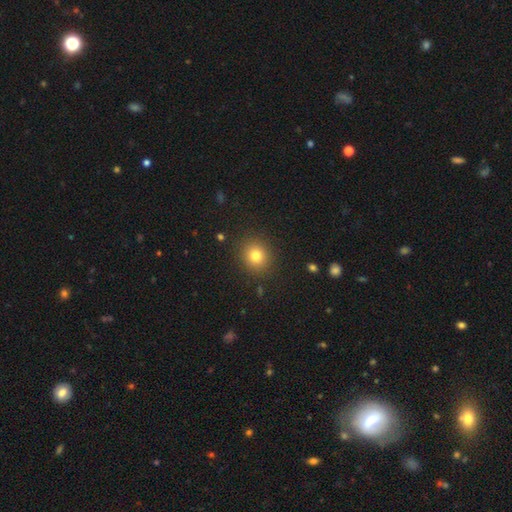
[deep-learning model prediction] A smooth galaxy with no disk features (79%) that is round (84%).

Vote fractions:
- Smooth or featured? smooth: 79% / star or artifact: 13% / featured or disk: 8%
- How rounded? round: 84% / in between: 15% / cigar-shaped: 1%
- Merging? none: 89% / minor disturbance: 7% / major disturbance: 3% / merger: 1%